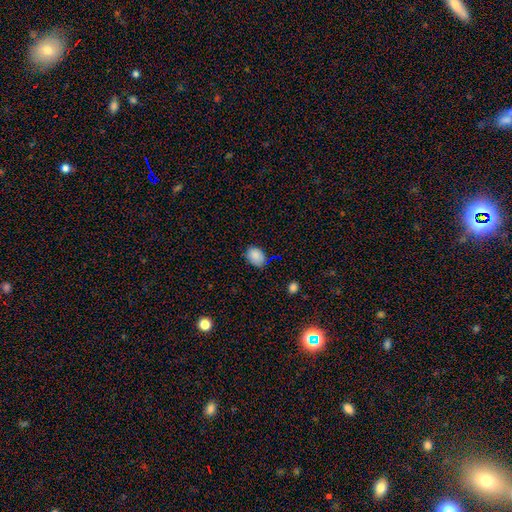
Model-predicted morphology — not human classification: type=smooth (85%); roundness=in between (71%); merging=none (75%).